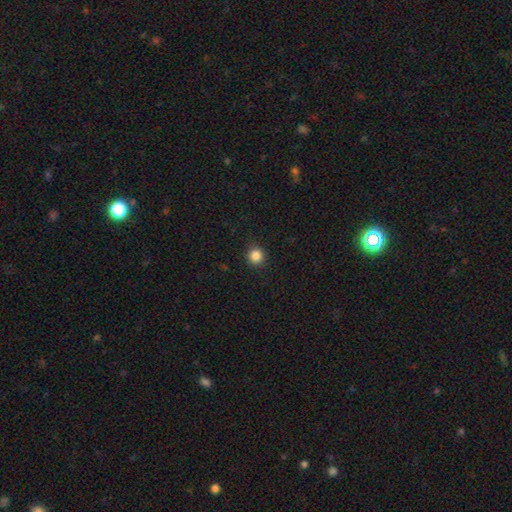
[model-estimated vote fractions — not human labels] Smooth or featured? Predicted: smooth (p=0.85). How rounded? Predicted: round (p=0.93). Merging? Predicted: none (p=0.91).